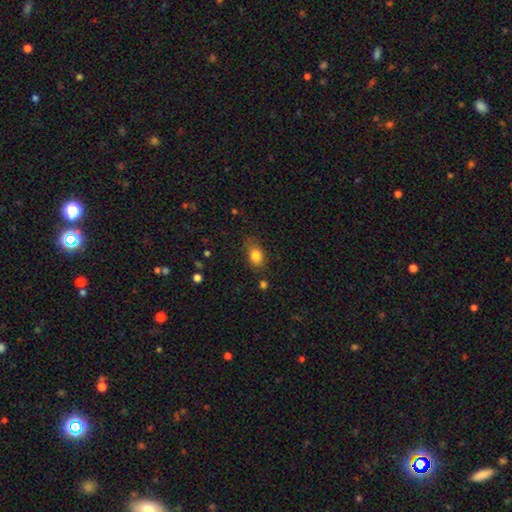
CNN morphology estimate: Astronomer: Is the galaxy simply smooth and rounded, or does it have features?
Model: smooth — 83%.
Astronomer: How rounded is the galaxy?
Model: in between — 73%.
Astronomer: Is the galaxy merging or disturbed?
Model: none — 70%.